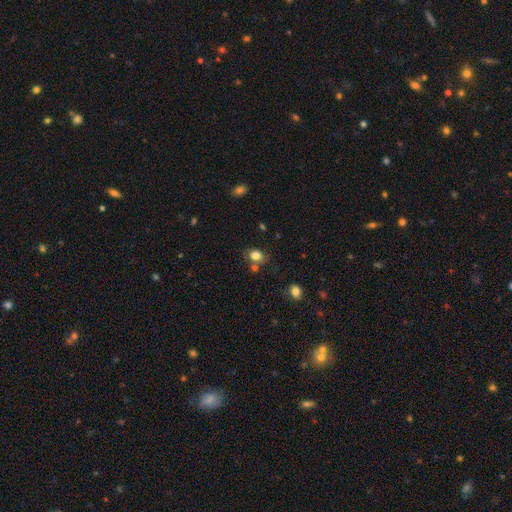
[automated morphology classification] Smooth or featured: smooth — 81% (star or artifact — 11%)
How rounded: in between — 64% (round — 35%)
Merging: none — 66% (minor disturbance — 16%)